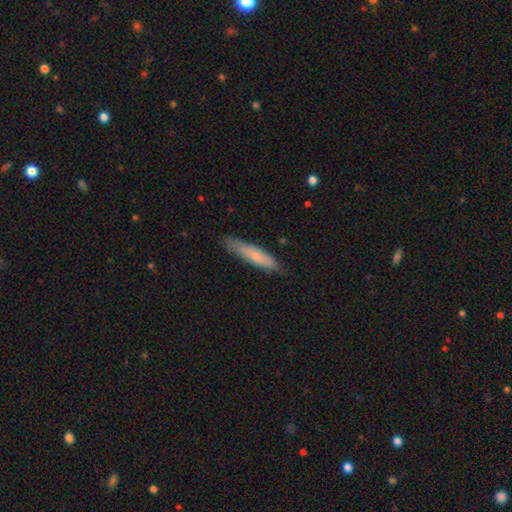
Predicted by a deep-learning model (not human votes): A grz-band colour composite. It shows a smooth galaxy with no disk features (69%) that is cigar-shaped (85%). Merging: none (80%).